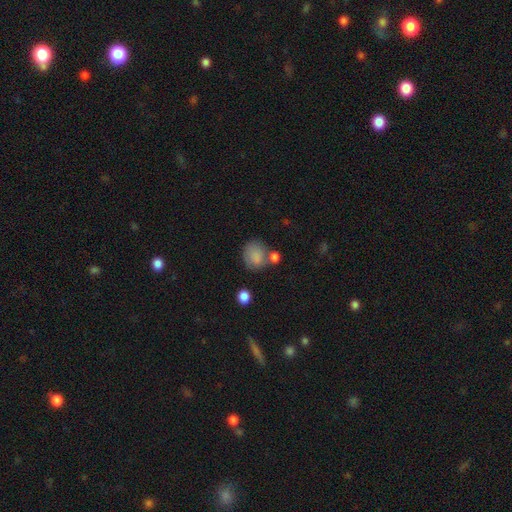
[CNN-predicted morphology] Q: Smooth or featured?
A: smooth (82%); runner-up: featured or disk (9%)
Q: How rounded?
A: round (61%); runner-up: in between (38%)
Q: Merging?
A: none (51%); runner-up: merger (20%)